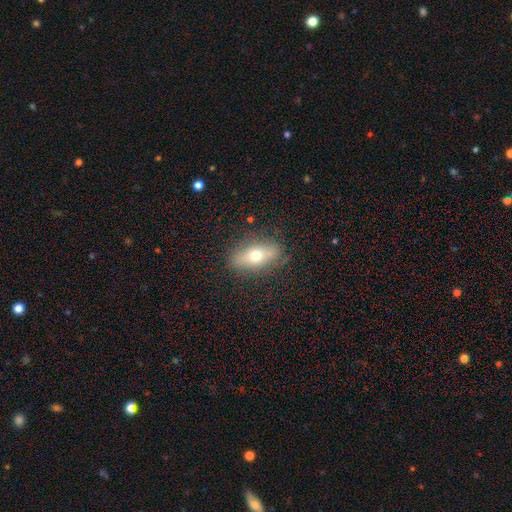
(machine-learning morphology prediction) A smooth galaxy with no disk features (62%) that is in between round and cigar-shaped (79%). Merging: none (82%).